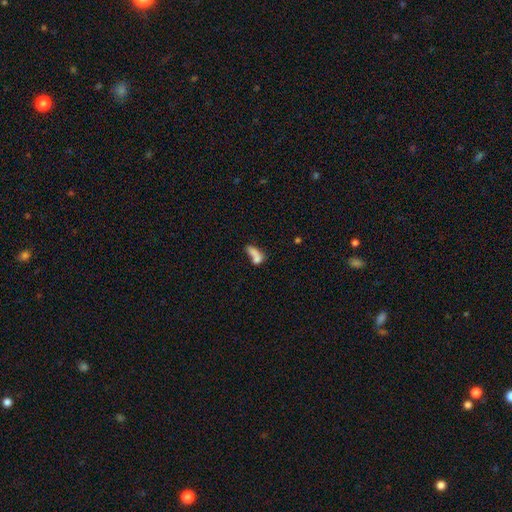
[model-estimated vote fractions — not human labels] This appears to be a smooth galaxy with no disk features (69%) that is in between round and cigar-shaped (67%). Merging: merger (53%).